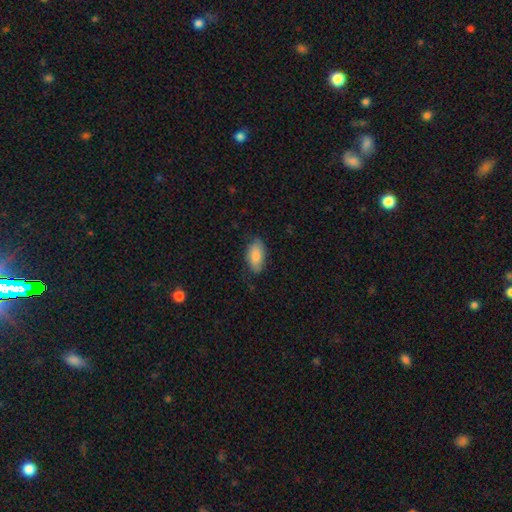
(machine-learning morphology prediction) This is clearly a smooth galaxy (85%). How rounded: clearly in between (93%). Merging: likely none (74%).